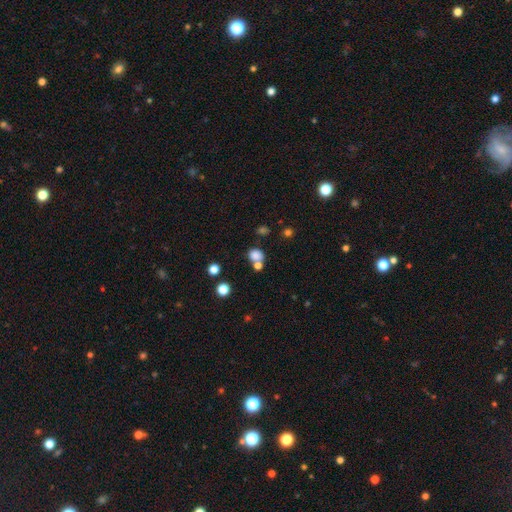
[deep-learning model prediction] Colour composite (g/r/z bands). It shows a smooth galaxy with no disk features (78%) that is round (63%). Merging: none (50%).